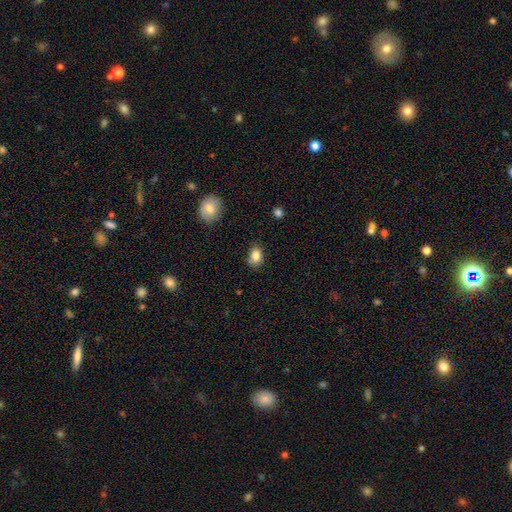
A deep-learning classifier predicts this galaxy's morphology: Overall: smooth (84%). How rounded: in between (71%). Merging: none (71%).